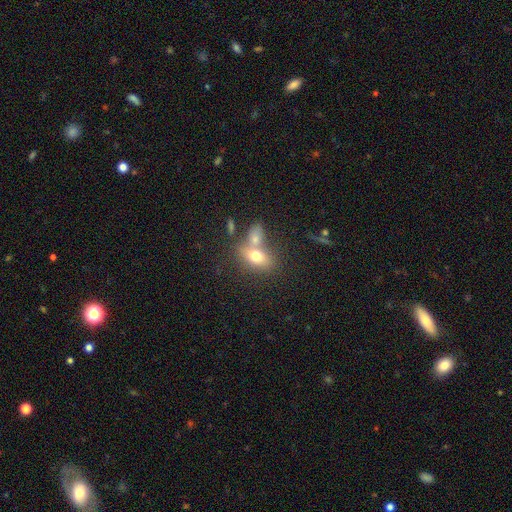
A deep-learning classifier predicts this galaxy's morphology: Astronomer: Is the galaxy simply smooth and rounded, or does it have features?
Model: smooth — 71%.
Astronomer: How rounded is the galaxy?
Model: in between — 79%.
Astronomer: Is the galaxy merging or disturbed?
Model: merger — 46% (runner-up: none, 39%).